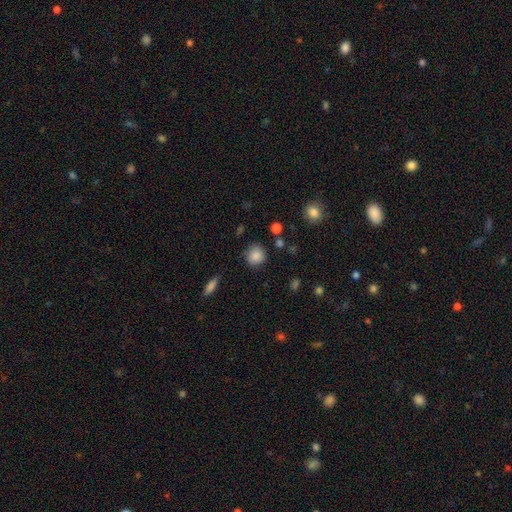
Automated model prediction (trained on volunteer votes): Morphology: type=smooth (85%); roundness=round (87%); merging=none (83%).